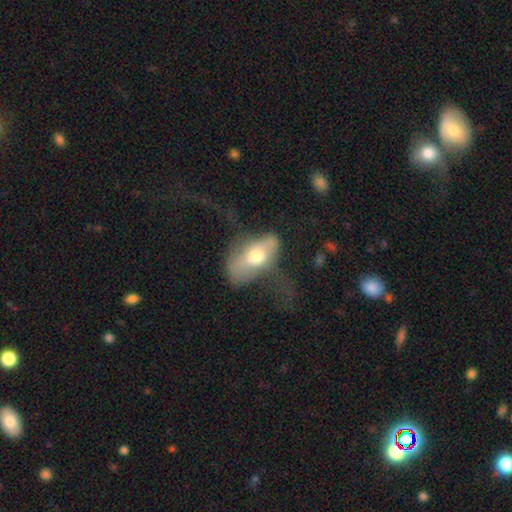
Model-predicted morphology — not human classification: A smooth galaxy with no disk features (54%) that is in between round and cigar-shaped (88%).

Vote fractions:
- Smooth or featured? smooth: 54% / featured or disk: 39% / star or artifact: 7%
- How rounded? in between: 88% / round: 8% / cigar-shaped: 4%
- Merging? major disturbance: 45% / none: 28% / minor disturbance: 23% / merger: 4%